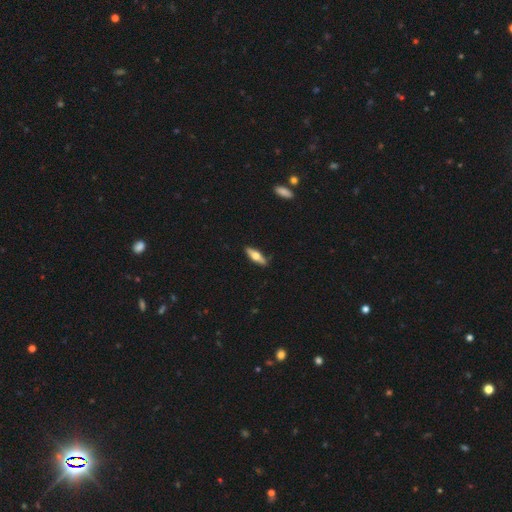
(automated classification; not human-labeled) This appears to be a smooth galaxy with no disk features (48%). Merging: none (88%).